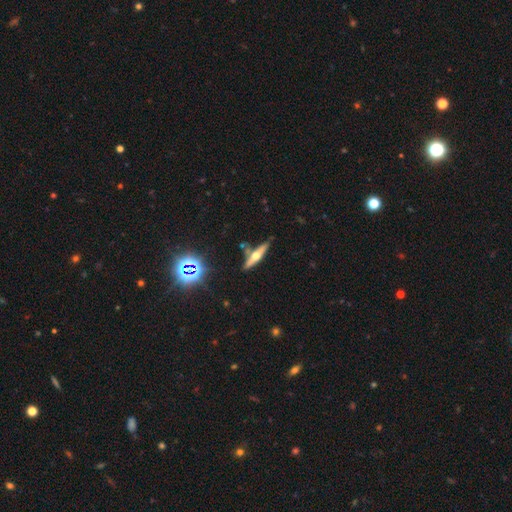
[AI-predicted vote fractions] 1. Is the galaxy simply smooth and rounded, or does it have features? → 61% featured or disk, 29% smooth, 10% star or artifact.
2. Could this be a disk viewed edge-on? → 93% yes, 7% no.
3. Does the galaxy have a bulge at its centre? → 94% rounded, 4% boxy, 3% none.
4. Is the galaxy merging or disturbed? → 70% none, 14% minor disturbance, 12% merger, 4% major disturbance.